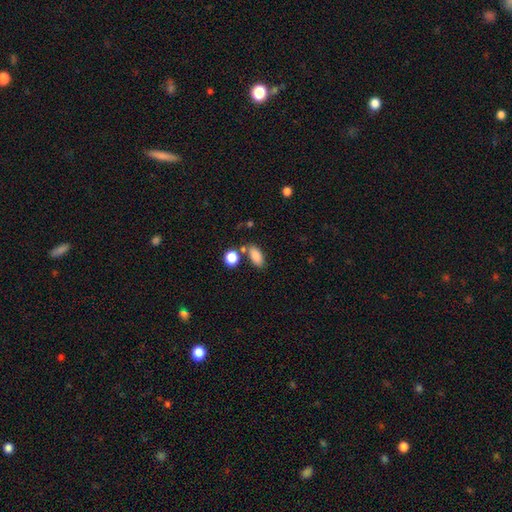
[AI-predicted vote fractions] Smooth or featured?
  - smooth: 85% *
  - star or artifact: 9%
  - featured or disk: 6%
How rounded?
  - in between: 87% *
  - round: 7%
  - cigar-shaped: 6%
Merging?
  - none: 68% *
  - merger: 14%
  - minor disturbance: 13%
  - major disturbance: 4%